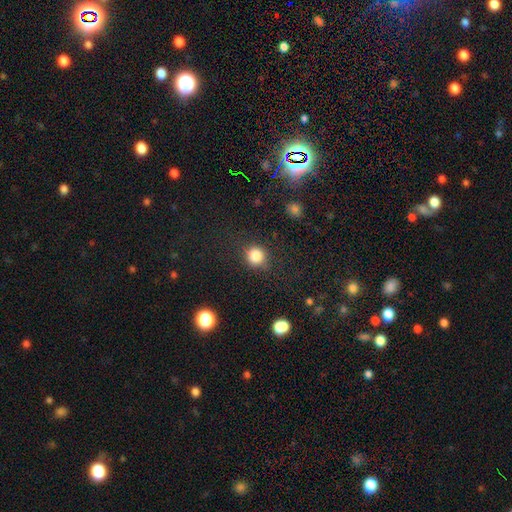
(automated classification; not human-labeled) Smooth or featured? Predicted: smooth (p=0.83). How rounded? Predicted: round (p=0.89). Merging? Predicted: none (p=0.83).